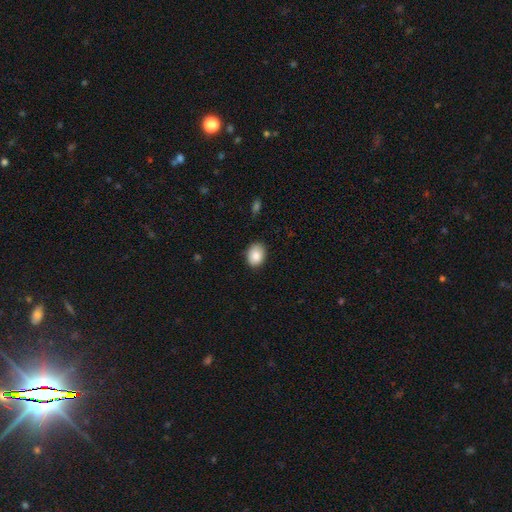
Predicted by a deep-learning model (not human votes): A smooth galaxy with no disk features (86%) that is in between round and cigar-shaped (63%).

Vote fractions:
- Smooth or featured? smooth: 86% / star or artifact: 8% / featured or disk: 6%
- How rounded? in between: 63% / round: 36% / cigar-shaped: 1%
- Merging? none: 85% / minor disturbance: 12% / major disturbance: 2% / merger: 1%